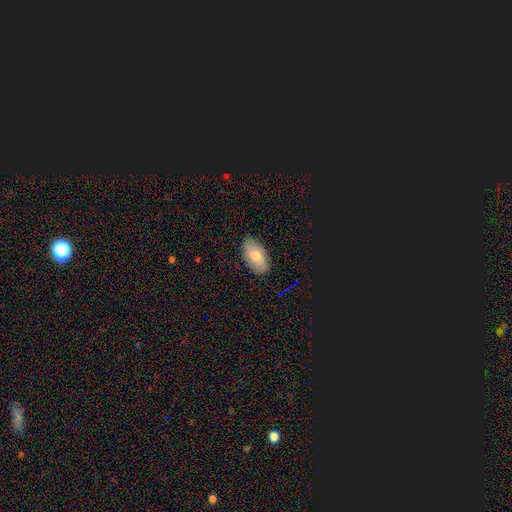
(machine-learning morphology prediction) Smooth or featured? smooth (70%)
How rounded? in between (94%)
Merging? none (85%)